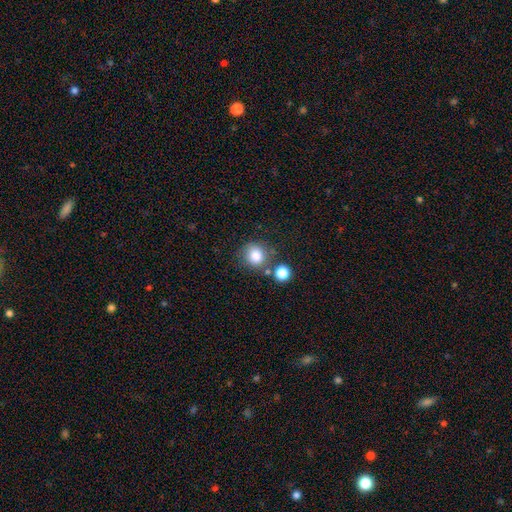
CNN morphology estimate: Smooth or featured?
  - smooth: 82% *
  - star or artifact: 11%
  - featured or disk: 7%
How rounded?
  - round: 86% *
  - in between: 13%
  - cigar-shaped: 1%
Merging?
  - none: 69% *
  - merger: 14%
  - minor disturbance: 13%
  - major disturbance: 5%